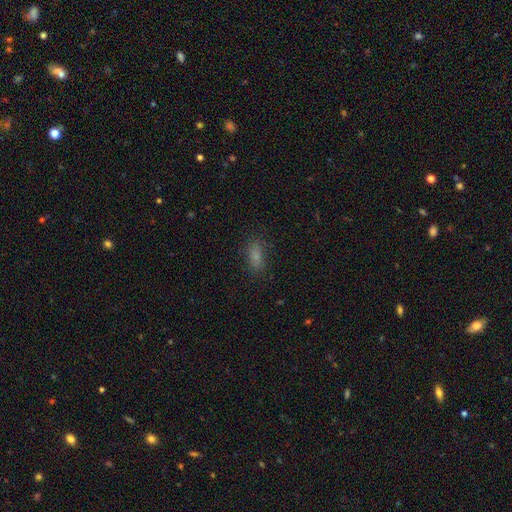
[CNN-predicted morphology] Smooth or featured: smooth — 79% (star or artifact — 13%)
How rounded: in between — 81% (cigar-shaped — 13%)
Merging: none — 79% (minor disturbance — 15%)